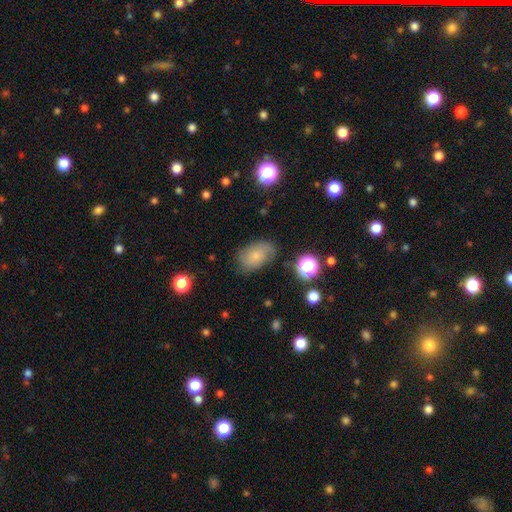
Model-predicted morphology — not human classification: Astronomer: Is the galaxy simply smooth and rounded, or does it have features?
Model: smooth — 60%.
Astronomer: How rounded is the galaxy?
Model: in between — 85%.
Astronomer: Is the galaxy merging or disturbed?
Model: none — 68%.